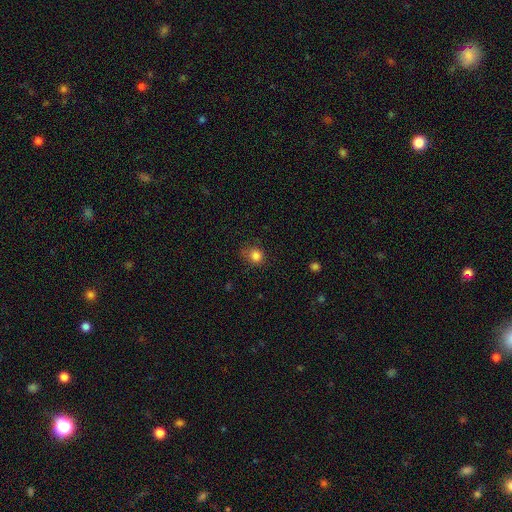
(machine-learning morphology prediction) Smooth or featured?
  - smooth: 83% *
  - star or artifact: 12%
  - featured or disk: 5%
How rounded?
  - round: 79% *
  - in between: 20%
  - cigar-shaped: 1%
Merging?
  - none: 70% *
  - minor disturbance: 22%
  - major disturbance: 7%
  - merger: 2%